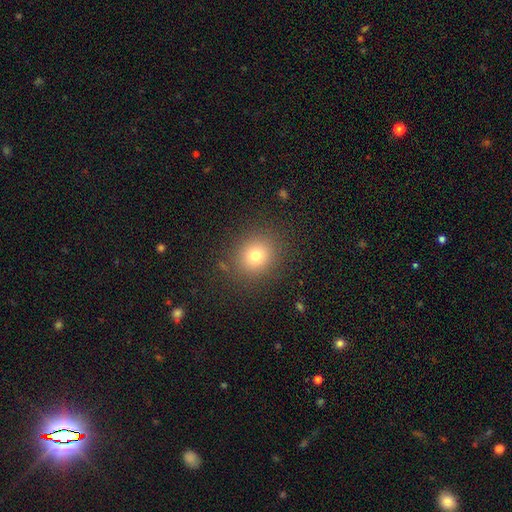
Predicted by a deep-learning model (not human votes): Smooth or featured: smooth — 75% (star or artifact — 15%)
How rounded: round — 77% (in between — 22%)
Merging: none — 86% (minor disturbance — 8%)